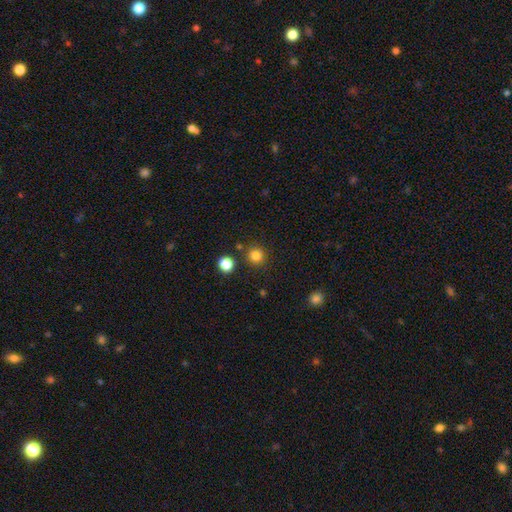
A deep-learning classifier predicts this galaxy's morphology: Q: Smooth or featured?
A: smooth (82%); runner-up: star or artifact (14%)
Q: How rounded?
A: round (93%); runner-up: in between (6%)
Q: Merging?
A: none (85%); runner-up: minor disturbance (7%)